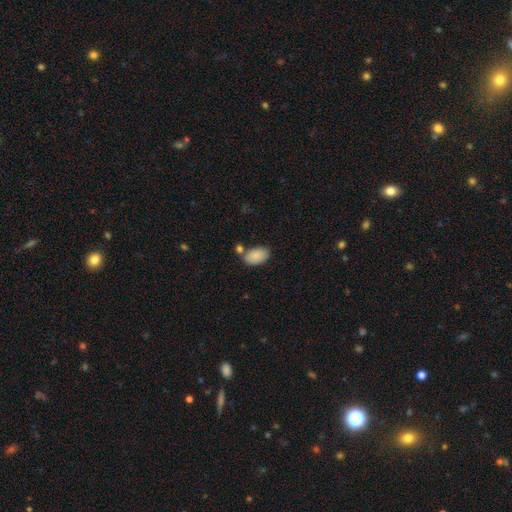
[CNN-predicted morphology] The model was most divided on "merging": none: 64%, minor disturbance: 16%, merger: 15%, major disturbance: 4%. More confident: how rounded — in between (93%); smooth or featured — smooth (88%).